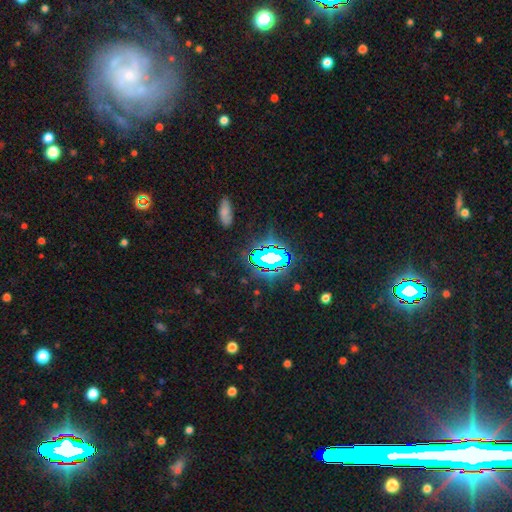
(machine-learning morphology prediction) type=star or artifact (67%).